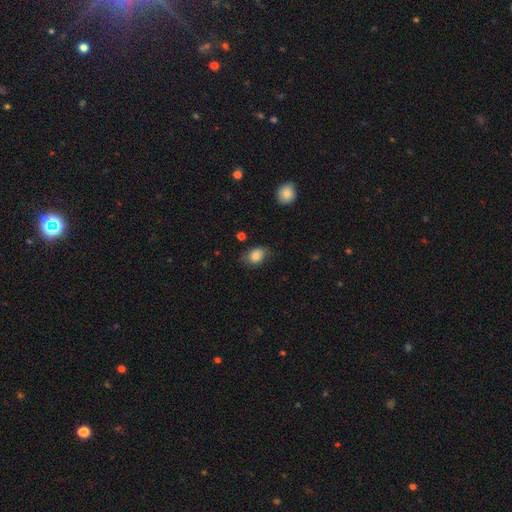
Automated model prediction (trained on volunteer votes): This appears to be a smooth galaxy with no disk features (79%) that is in between round and cigar-shaped (73%). Merging: none (65%).